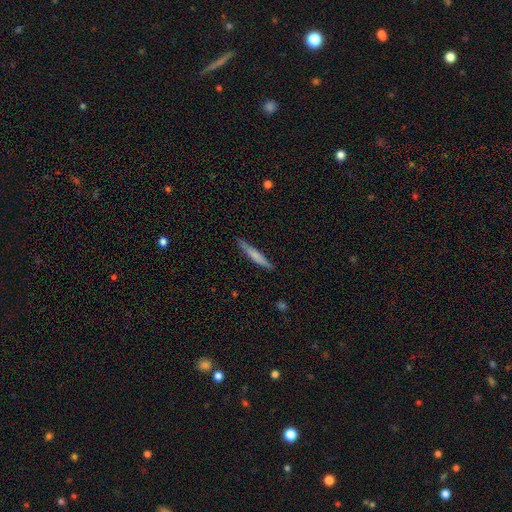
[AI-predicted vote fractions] Smooth or featured? Predicted: smooth (p=0.69). How rounded? Predicted: cigar-shaped (p=0.94). Merging? Predicted: none (p=0.87).